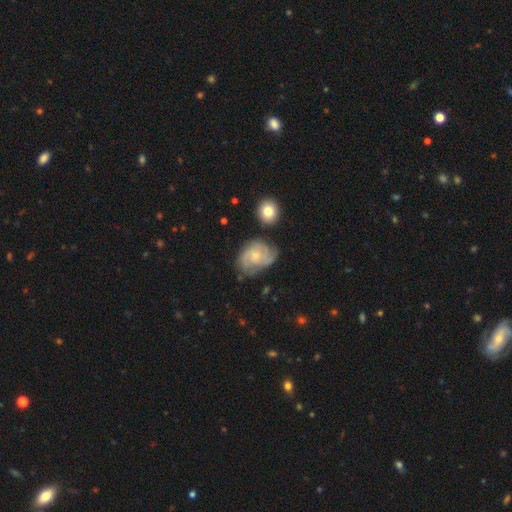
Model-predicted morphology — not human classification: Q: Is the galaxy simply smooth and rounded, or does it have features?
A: featured or disk — 74%.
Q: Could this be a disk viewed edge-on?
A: no — 97%.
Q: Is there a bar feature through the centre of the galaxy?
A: no — 75%.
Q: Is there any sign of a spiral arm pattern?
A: yes — 93%.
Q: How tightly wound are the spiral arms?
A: tight — 46%.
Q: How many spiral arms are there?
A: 2 — 32%.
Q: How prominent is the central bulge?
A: small — 70%.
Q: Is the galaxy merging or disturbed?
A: none — 60%.